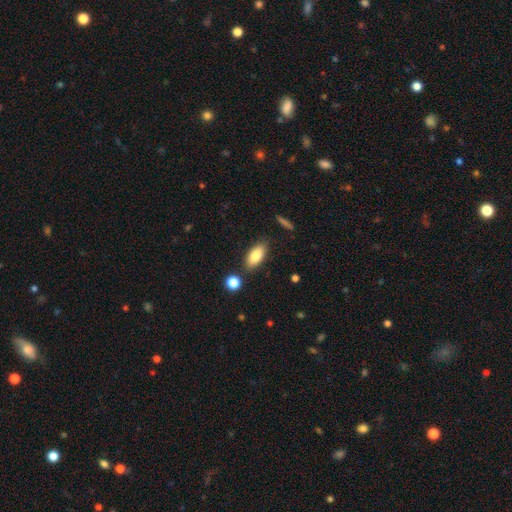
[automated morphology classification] Overall: smooth (83%). How rounded: in between (86%). Merging: none (82%).